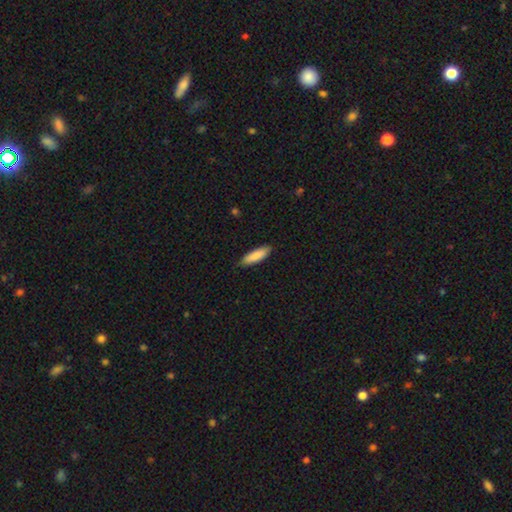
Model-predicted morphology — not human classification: smooth 86%, featured or disk 8%, star or artifact 6%. Down the decision tree: how rounded — cigar-shaped (53%); merging — none (85%).